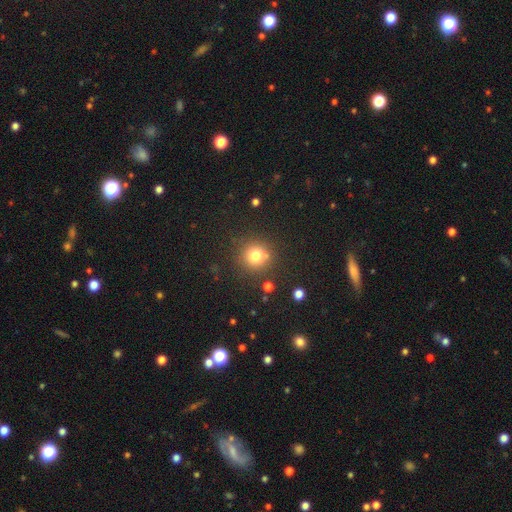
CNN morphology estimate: type=smooth (77%); roundness=round (93%); merging=none (83%).